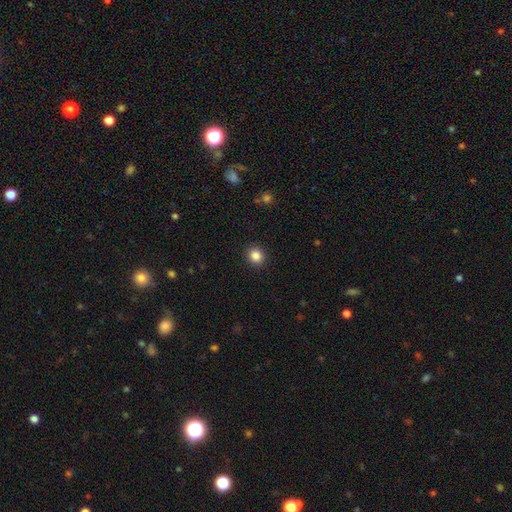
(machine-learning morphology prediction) A smooth galaxy with no disk features (86%) that is round (84%).

Vote fractions:
- Smooth or featured? smooth: 86% / star or artifact: 10% / featured or disk: 4%
- How rounded? round: 84% / in between: 15% / cigar-shaped: 1%
- Merging? none: 92% / minor disturbance: 5% / major disturbance: 2% / merger: 1%